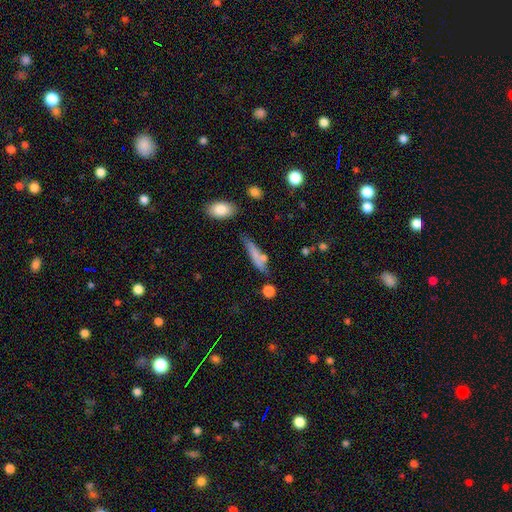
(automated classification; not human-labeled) This is likely a smooth galaxy (68%). How rounded: likely cigar-shaped (76%). Merging: possibly none (56%).